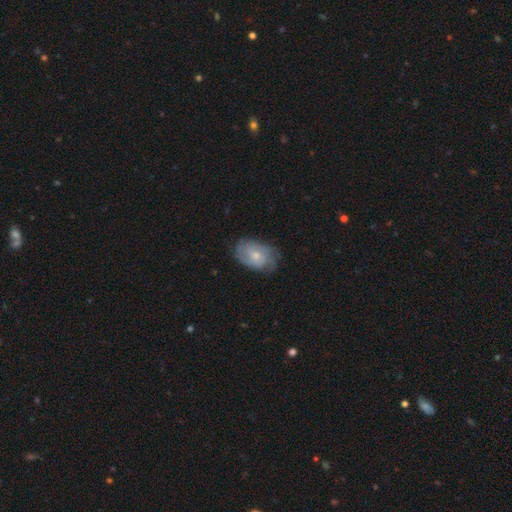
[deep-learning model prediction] A featured or disk galaxy (62%) with no bar (72%), tight (49%) spiral arms (85%) and a small central bulge (52%).

Vote fractions:
- Smooth or featured? featured or disk: 62% / smooth: 31% / star or artifact: 7%
- Edge-on disk? no: 96% / yes: 4%
- Bar? no: 72% / weak: 25% / strong: 3%
- Spiral arms? yes: 85% / no: 15%
- Spiral winding? tight: 49% / medium: 37% / loose: 14%
- Spiral arm count? can't tell: 43% / 2: 25% / 3: 17% / 4: 7% / 1: 5% / more than 4: 4%
- Bulge size? small: 52% / moderate: 43% / none: 2% / large: 2% / dominant: 1%
- Merging? none: 64% / minor disturbance: 25% / major disturbance: 9% / merger: 1%